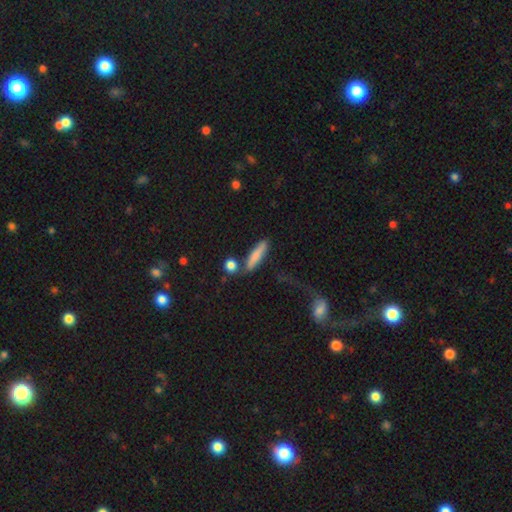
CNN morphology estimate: Q: Smooth or featured?
A: smooth (78%); runner-up: featured or disk (16%)
Q: How rounded?
A: cigar-shaped (78%); runner-up: in between (18%)
Q: Merging?
A: none (71%); runner-up: minor disturbance (14%)